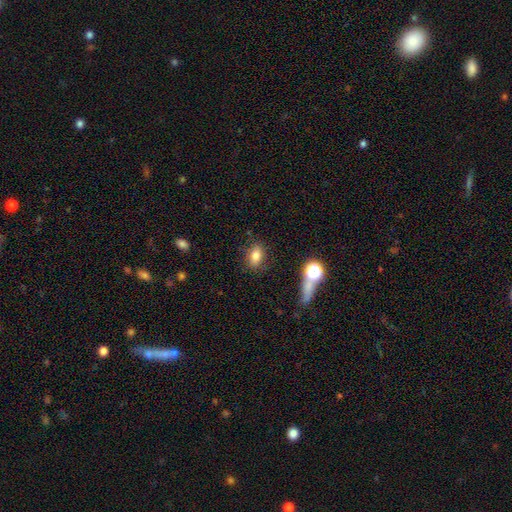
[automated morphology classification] A smooth galaxy with no disk features (79%) that is in between round and cigar-shaped (78%). Merging: none (82%).